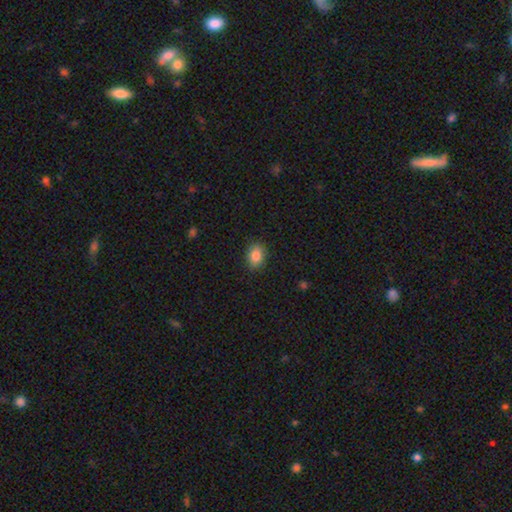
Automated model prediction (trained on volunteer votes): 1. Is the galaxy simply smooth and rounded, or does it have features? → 87% smooth, 9% star or artifact, 5% featured or disk.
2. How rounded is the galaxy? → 75% in between, 24% round, 1% cigar-shaped.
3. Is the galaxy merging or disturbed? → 86% none, 10% minor disturbance, 2% major disturbance, 1% merger.